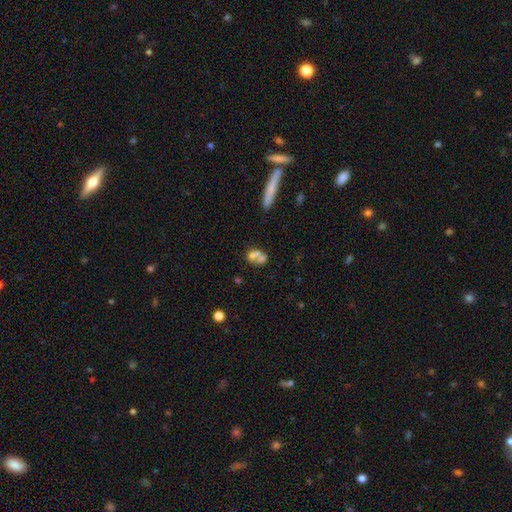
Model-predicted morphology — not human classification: Smooth or featured: smooth — 57% (featured or disk — 31%)
How rounded: in between — 50% (round — 47%)
Merging: merger — 60% (none — 26%)